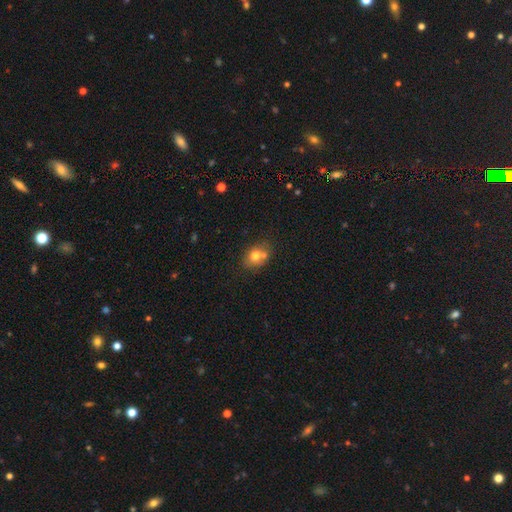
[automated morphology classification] smooth_or_featured: smooth (p=0.71) [alt: featured or disk p=0.18]
how_rounded: in between (p=0.50) [alt: round p=0.49]
merging: none (p=0.50) [alt: merger p=0.32]